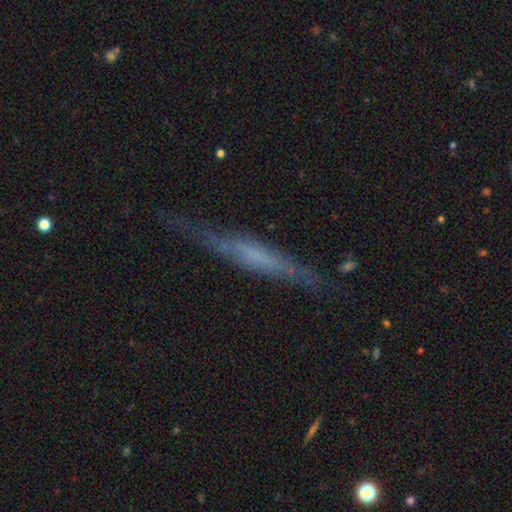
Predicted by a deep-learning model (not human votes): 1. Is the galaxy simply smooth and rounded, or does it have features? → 61% featured or disk, 30% smooth, 8% star or artifact.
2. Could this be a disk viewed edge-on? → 92% yes, 8% no.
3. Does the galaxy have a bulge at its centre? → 53% none, 26% boxy, 21% rounded.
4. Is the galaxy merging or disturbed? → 70% none, 21% minor disturbance, 7% major disturbance, 2% merger.